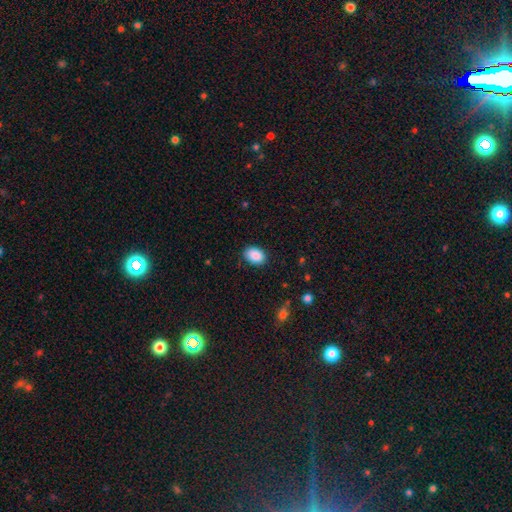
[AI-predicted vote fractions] This appears to be a smooth galaxy with no disk features (89%) that is in between round and cigar-shaped (80%). Merging: none (85%).